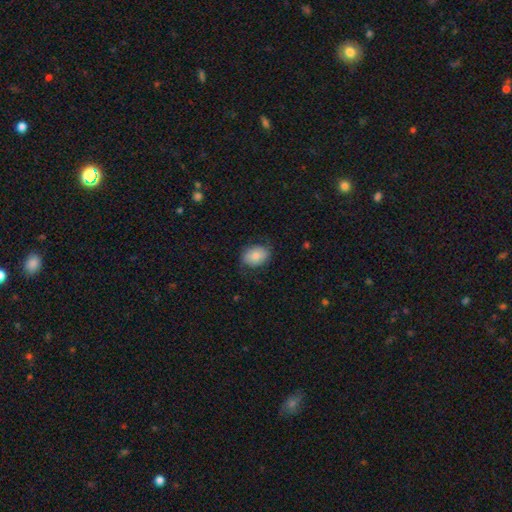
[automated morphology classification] type=smooth (78%); roundness=in between (71%); merging=none (72%).